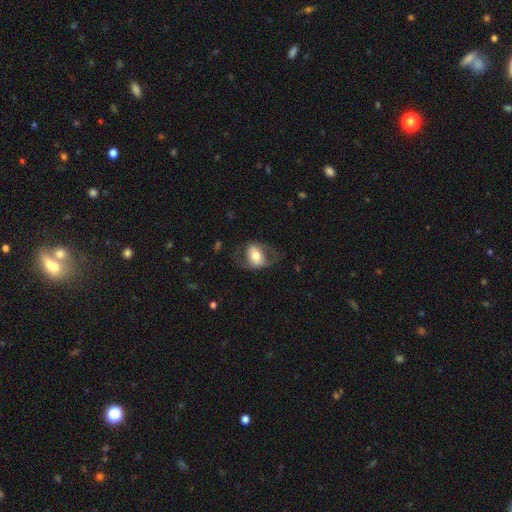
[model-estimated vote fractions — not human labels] A smooth galaxy with no disk features (48%).

Vote fractions:
- Smooth or featured? smooth: 48% / featured or disk: 45% / star or artifact: 6%
- Merging? none: 59% / major disturbance: 20% / minor disturbance: 19% / merger: 1%